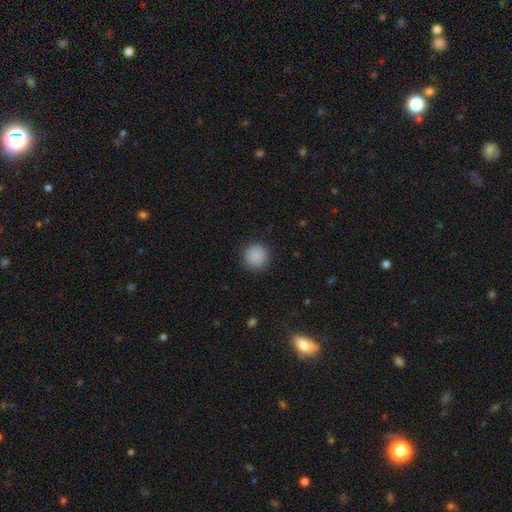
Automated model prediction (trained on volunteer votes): This appears to be a smooth galaxy with no disk features (88%) that is round (94%). Merging: none (90%).